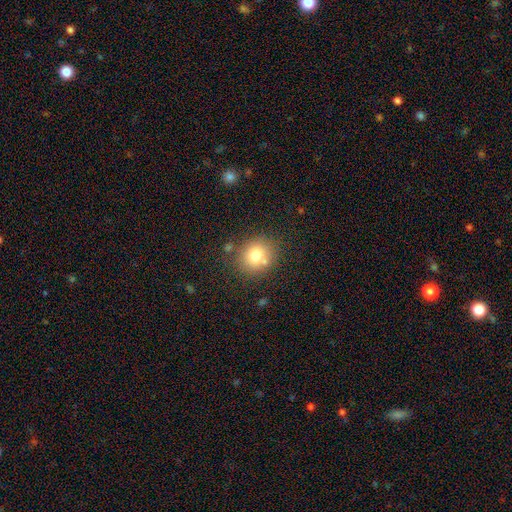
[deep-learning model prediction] Overall: smooth (74%). How rounded: round (79%). Merging: none (73%).